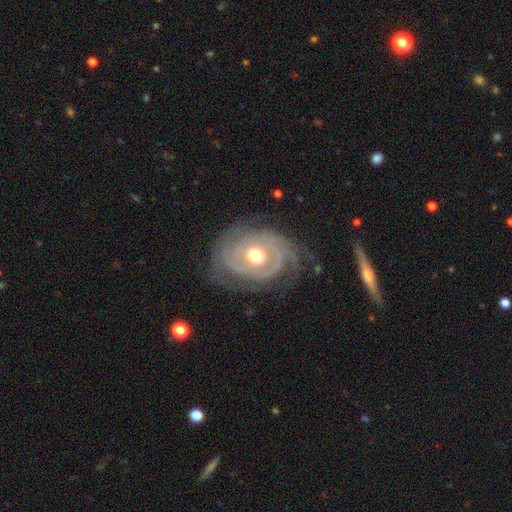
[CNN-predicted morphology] Smooth or featured? Predicted: featured or disk (p=0.87). Edge-on disk? Predicted: no (p=0.97). Bar? Predicted: no (p=0.71). Spiral arms? Predicted: yes (p=0.92). Spiral winding? Predicted: tight (p=0.74). Spiral arm count? Predicted: can't tell (p=0.32). Bulge size? Predicted: moderate (p=0.73). Merging? Predicted: none (p=0.70).